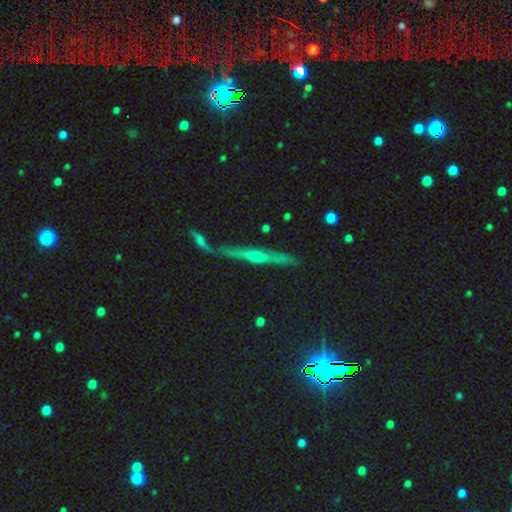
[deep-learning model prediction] Smooth or featured?
  - featured or disk: 70% *
  - star or artifact: 16%
  - smooth: 15%
Edge-on disk?
  - yes: 94% *
  - no: 6%
Edge-on bulge?
  - rounded: 83% *
  - none: 12%
  - boxy: 4%
Merging?
  - none: 72% *
  - minor disturbance: 13%
  - merger: 11%
  - major disturbance: 5%